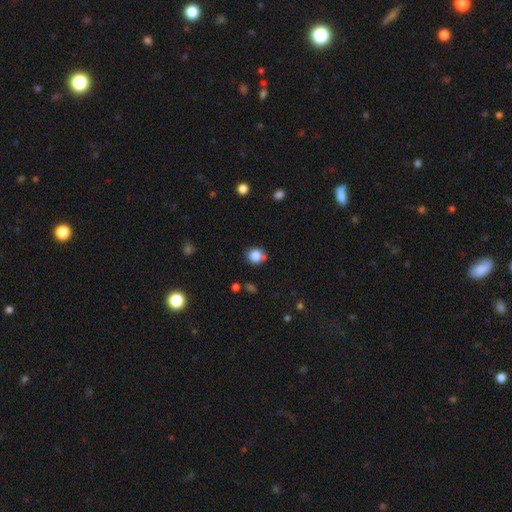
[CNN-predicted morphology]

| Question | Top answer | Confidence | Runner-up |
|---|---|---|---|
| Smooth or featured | smooth | 83% | star or artifact (10%) |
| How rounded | round | 67% | in between (32%) |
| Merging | none | 73% | minor disturbance (19%) |